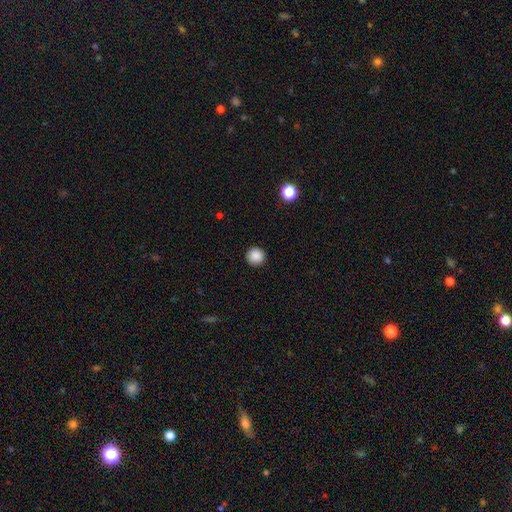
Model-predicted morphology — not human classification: Q: Smooth or featured?
A: smooth (88%); runner-up: star or artifact (10%)
Q: How rounded?
A: round (95%); runner-up: in between (4%)
Q: Merging?
A: none (92%); runner-up: minor disturbance (5%)